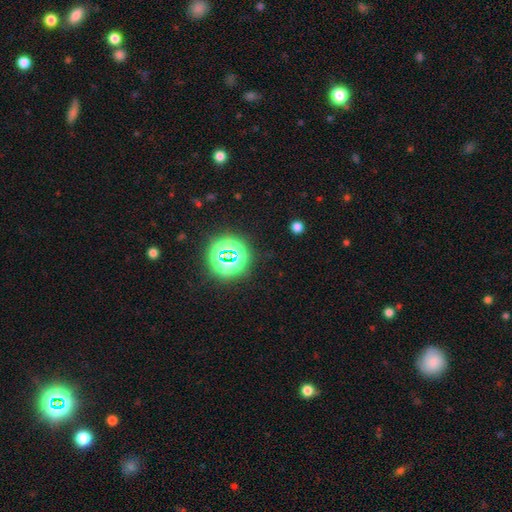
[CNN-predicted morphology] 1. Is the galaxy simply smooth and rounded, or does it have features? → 72% star or artifact, 19% smooth, 9% featured or disk.